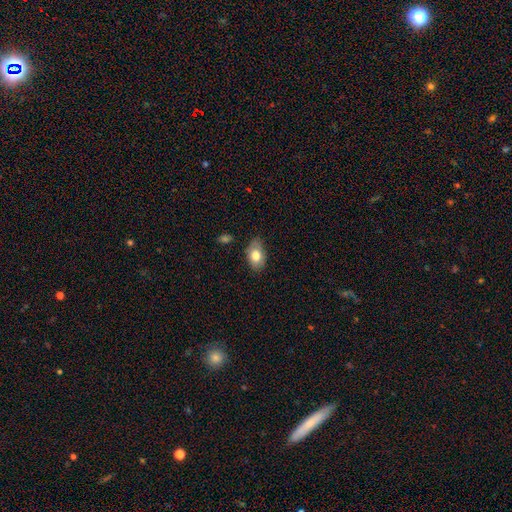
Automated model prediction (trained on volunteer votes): The model was most divided on "merging": none: 74%, minor disturbance: 20%, major disturbance: 4%, merger: 2%. More confident: how rounded — in between (88%); smooth or featured — smooth (76%).